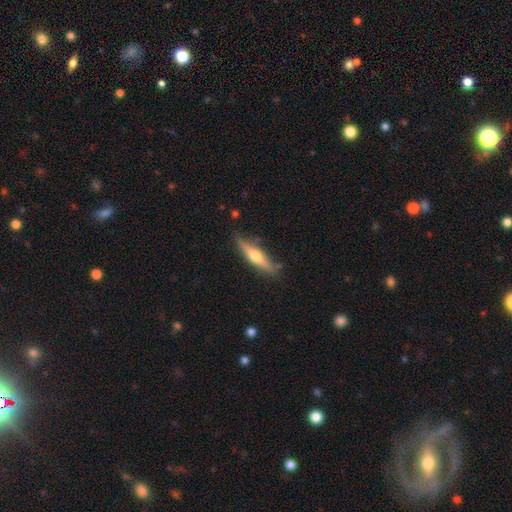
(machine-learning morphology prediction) smooth-or-featured: featured or disk: 55% | smooth: 40% | star or artifact: 6%
  disk-edge-on: yes: 93% | no: 7%
    edge-on-bulge: rounded: 88% | none: 6% | boxy: 5%
  merging: none: 80% | minor disturbance: 14% | major disturbance: 3% | merger: 3%